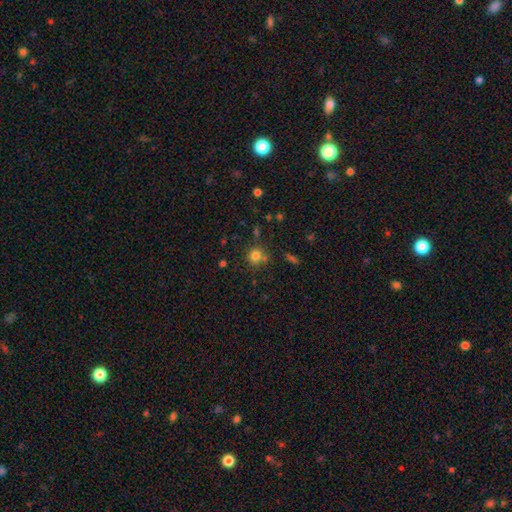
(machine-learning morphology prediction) Smooth or featured: smooth — 78% (star or artifact — 14%)
How rounded: round — 89% (in between — 10%)
Merging: none — 71% (minor disturbance — 12%)